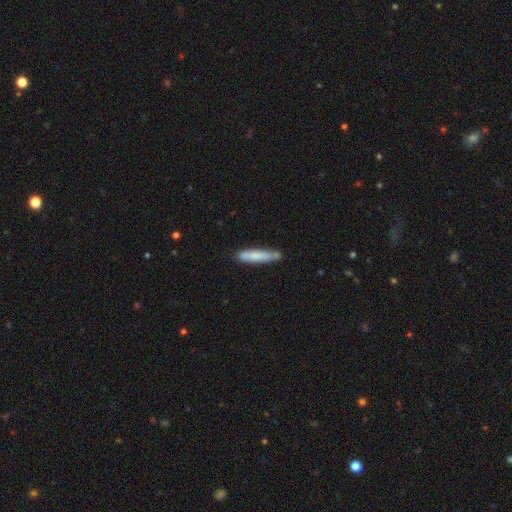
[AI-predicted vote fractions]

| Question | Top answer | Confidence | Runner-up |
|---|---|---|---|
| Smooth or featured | smooth | 73% | featured or disk (22%) |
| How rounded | cigar-shaped | 89% | in between (10%) |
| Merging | none | 72% | minor disturbance (18%) |